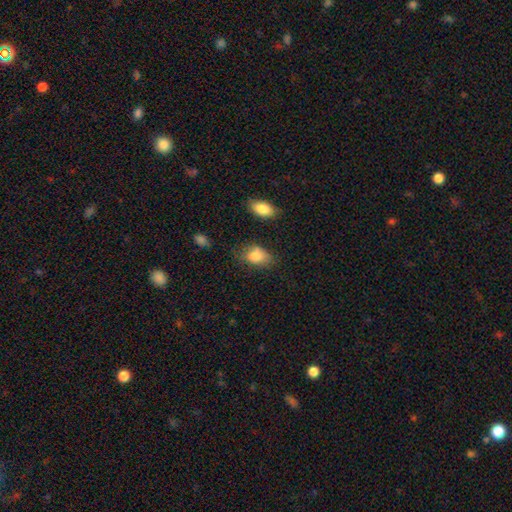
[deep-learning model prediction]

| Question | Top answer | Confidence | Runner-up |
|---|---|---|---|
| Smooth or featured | smooth | 82% | featured or disk (9%) |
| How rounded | in between | 84% | round (14%) |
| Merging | none | 54% | minor disturbance (30%) |